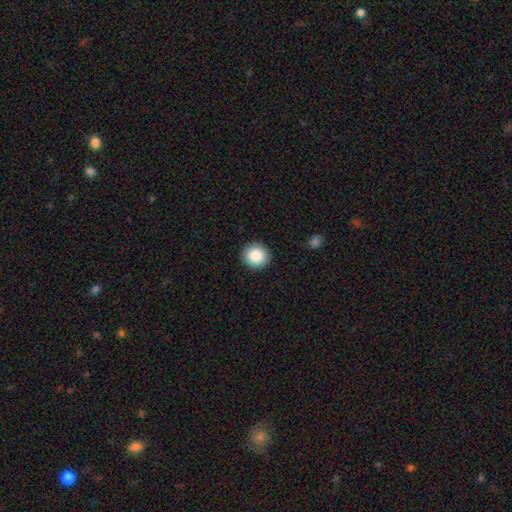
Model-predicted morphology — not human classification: Smooth or featured: smooth — 87% (star or artifact — 8%)
How rounded: round — 88% (in between — 11%)
Merging: none — 91% (minor disturbance — 6%)